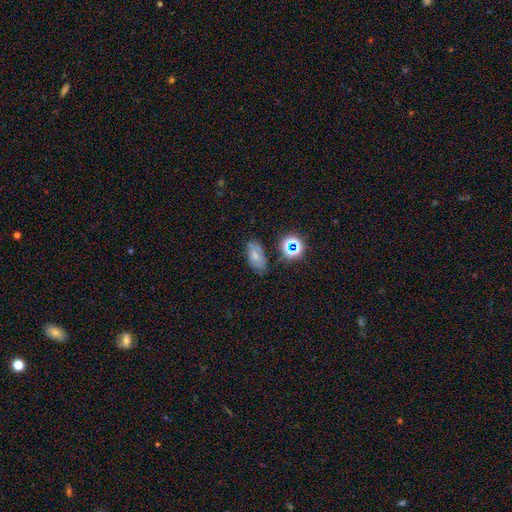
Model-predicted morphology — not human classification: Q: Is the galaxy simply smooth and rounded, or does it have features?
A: smooth — 59%.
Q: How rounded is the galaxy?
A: in between — 87%.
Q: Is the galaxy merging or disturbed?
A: none — 65%.